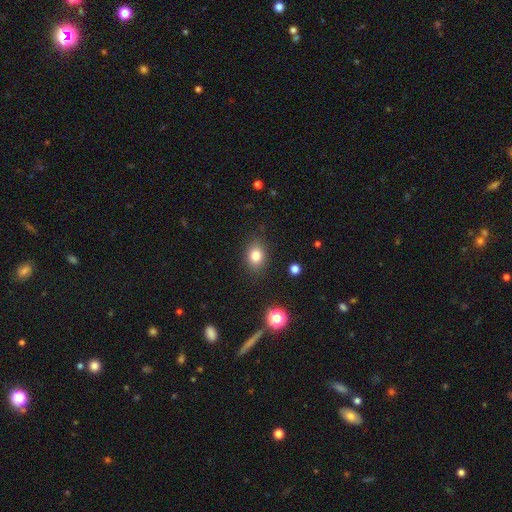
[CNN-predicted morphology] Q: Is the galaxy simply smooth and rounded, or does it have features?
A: smooth — 80%.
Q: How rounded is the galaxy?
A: in between — 54%.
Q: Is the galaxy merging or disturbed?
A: none — 86%.